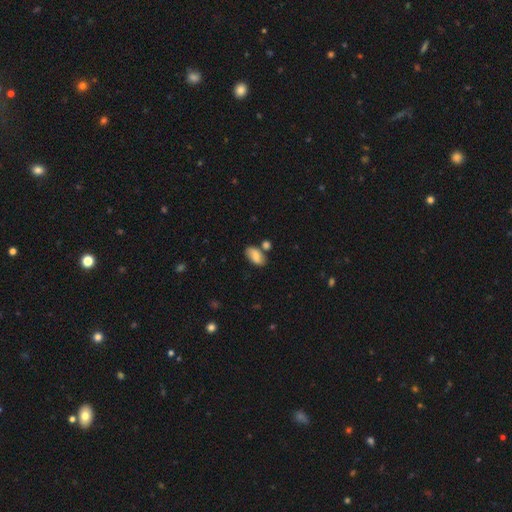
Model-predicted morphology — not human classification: The model was most divided on "merging": none: 63%, minor disturbance: 17%, merger: 16%, major disturbance: 5%. More confident: how rounded — in between (92%); smooth or featured — smooth (75%).